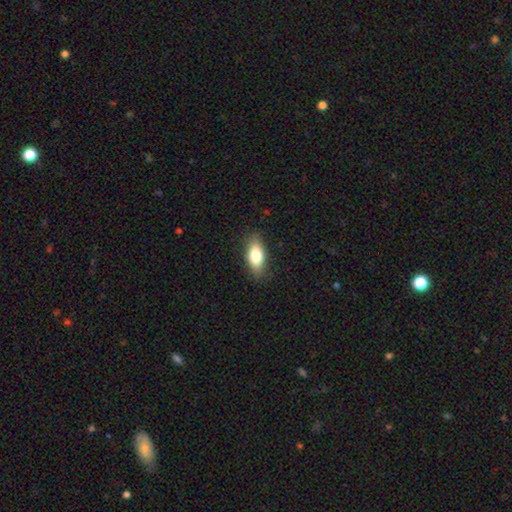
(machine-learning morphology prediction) Q: Smooth or featured?
A: smooth (77%); runner-up: featured or disk (16%)
Q: How rounded?
A: in between (84%); runner-up: cigar-shaped (12%)
Q: Merging?
A: none (85%); runner-up: minor disturbance (11%)